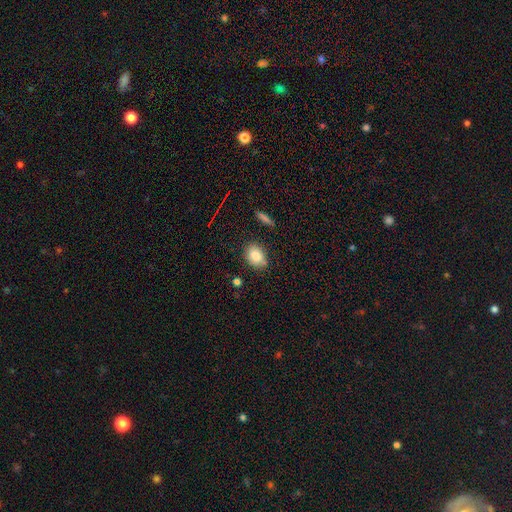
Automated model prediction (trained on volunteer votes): smooth 82%, star or artifact 9%, featured or disk 8%. Down the decision tree: how rounded — in between (66%); merging — none (77%).